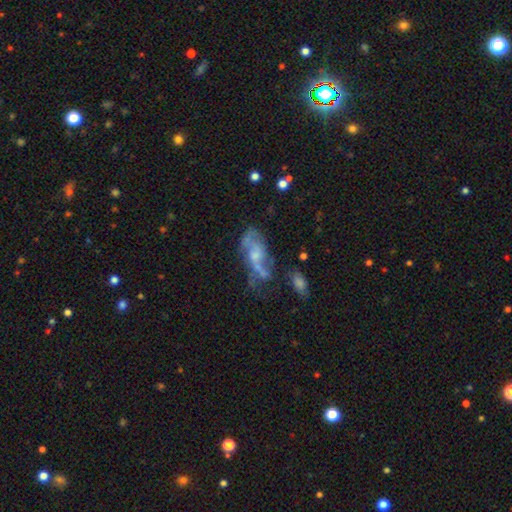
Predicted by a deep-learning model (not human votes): This is likely a featured or disk galaxy (64%). It is clearly not viewed edge-on (90%). Bar: likely no (71%). Spiral arm pattern: possibly yes (56%). Central bulge: marginally small (44%). Merging: marginally none (35%).